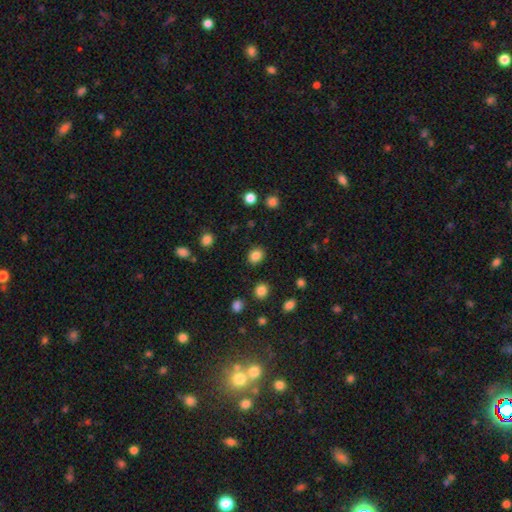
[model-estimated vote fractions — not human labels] Smooth or featured? smooth (85%)
How rounded? round (67%)
Merging? none (88%)